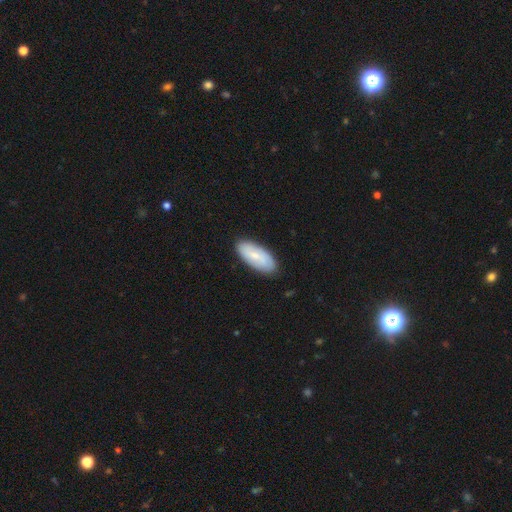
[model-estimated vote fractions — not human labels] smooth_or_featured: smooth (p=0.60) [alt: featured or disk p=0.33]
how_rounded: in between (p=0.86) [alt: cigar-shaped p=0.12]
merging: none (p=0.87) [alt: minor disturbance p=0.10]